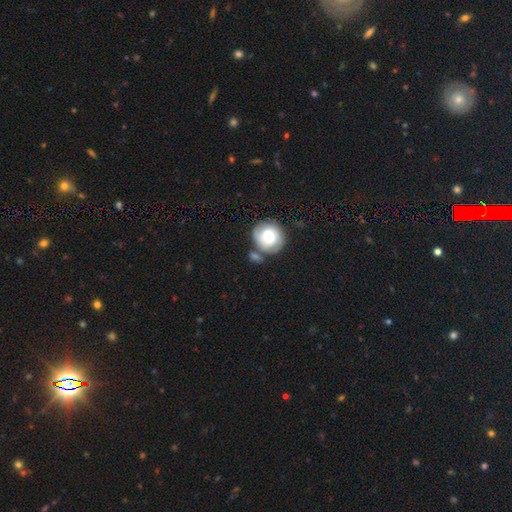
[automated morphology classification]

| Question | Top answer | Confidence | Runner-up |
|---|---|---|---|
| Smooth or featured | smooth | 56% | featured or disk (33%) |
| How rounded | round | 86% | in between (13%) |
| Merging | none | 59% | minor disturbance (17%) |